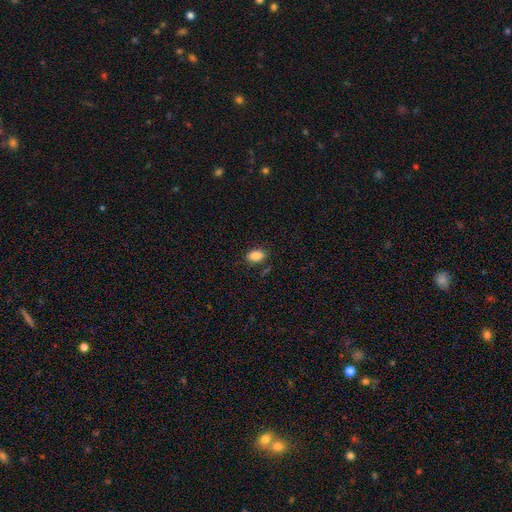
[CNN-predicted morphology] The model was most divided on "merging": none: 83%, minor disturbance: 12%, major disturbance: 3%, merger: 2%. More confident: how rounded — in between (88%); smooth or featured — smooth (86%).